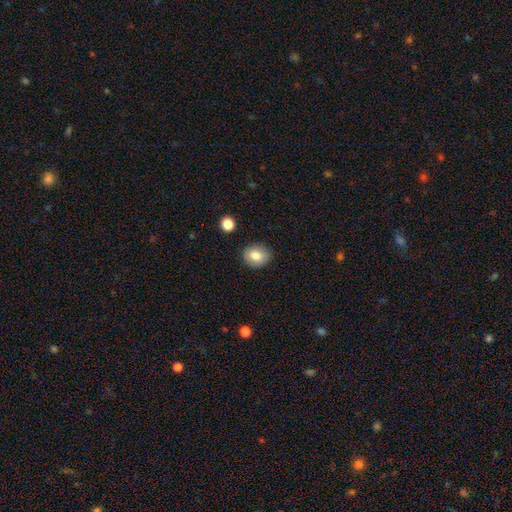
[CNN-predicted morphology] A smooth galaxy with no disk features (82%) that is round (58%). Merging: none (86%).